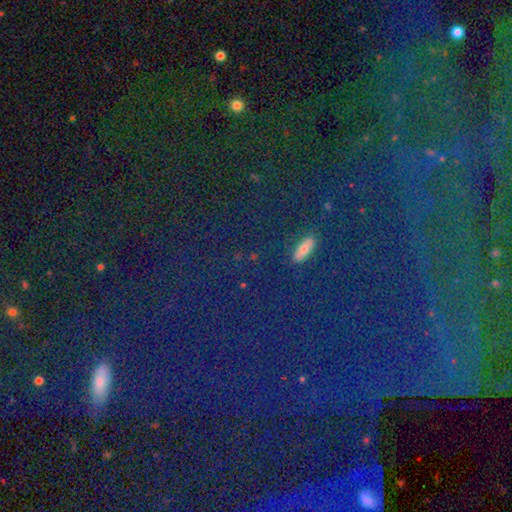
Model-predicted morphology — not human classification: A star or artifact, not a galaxy (64%).